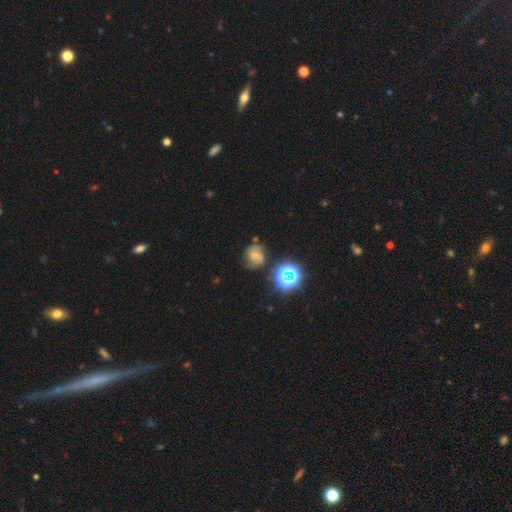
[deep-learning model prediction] A featured or disk galaxy (45%). Merging: none (67%).